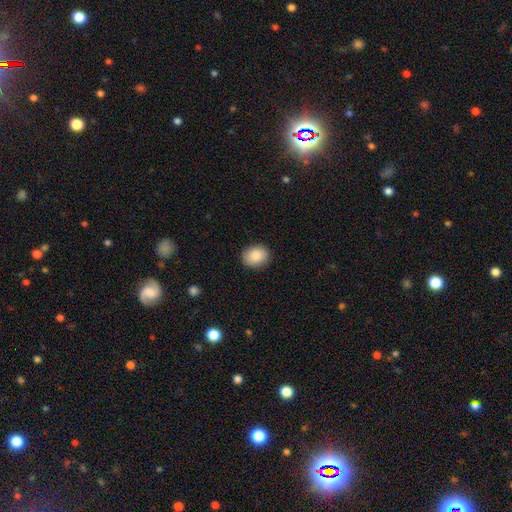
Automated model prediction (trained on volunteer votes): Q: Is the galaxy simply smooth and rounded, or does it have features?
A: smooth — 88%.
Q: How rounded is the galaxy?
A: in between — 57%.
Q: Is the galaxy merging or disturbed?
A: none — 89%.